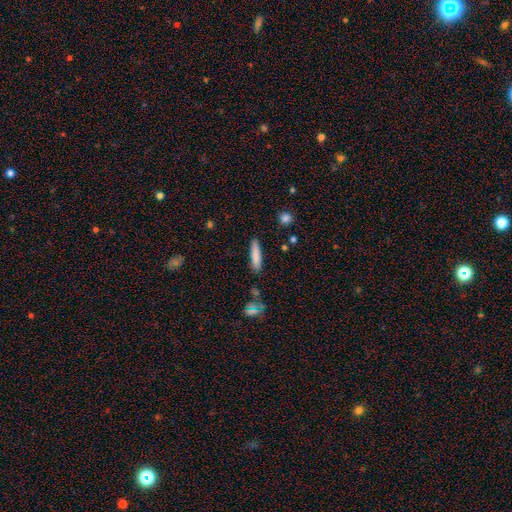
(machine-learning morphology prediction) smooth 81%, featured or disk 11%, star or artifact 7%. Down the decision tree: how rounded — cigar-shaped (82%); merging — none (86%).